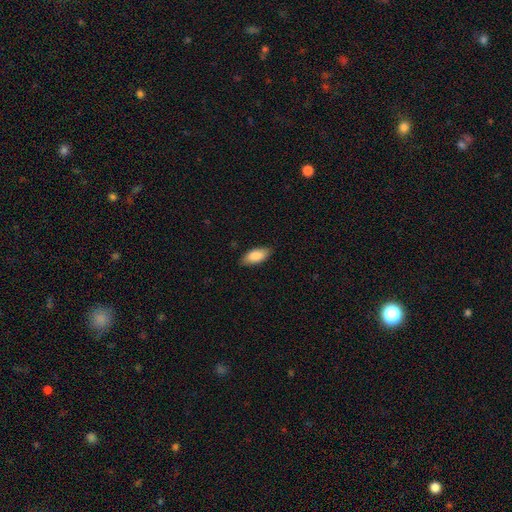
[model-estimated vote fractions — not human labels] A smooth galaxy with no disk features (87%) that is in between round and cigar-shaped (88%). Merging: none (85%).